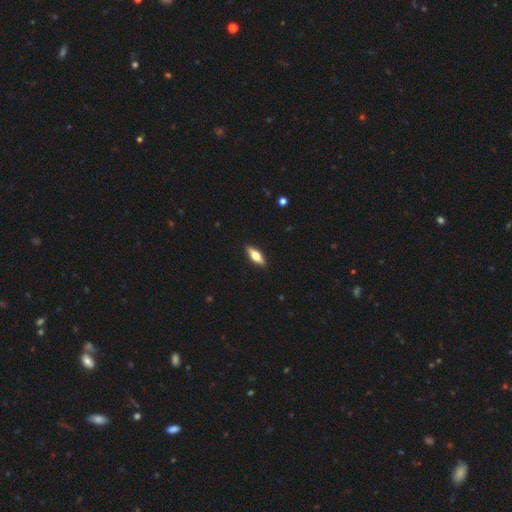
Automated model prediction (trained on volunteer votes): smooth_or_featured: smooth (p=0.60) [alt: featured or disk p=0.34]
how_rounded: in between (p=0.64) [alt: cigar-shaped p=0.33]
merging: none (p=0.90) [alt: minor disturbance p=0.07]